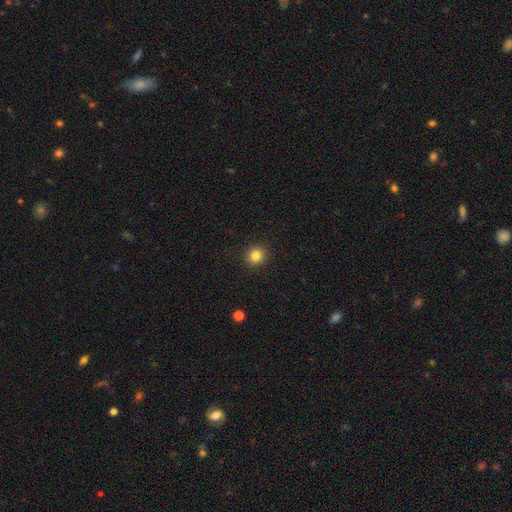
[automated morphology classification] Overall: smooth (83%). How rounded: round (89%). Merging: none (92%).